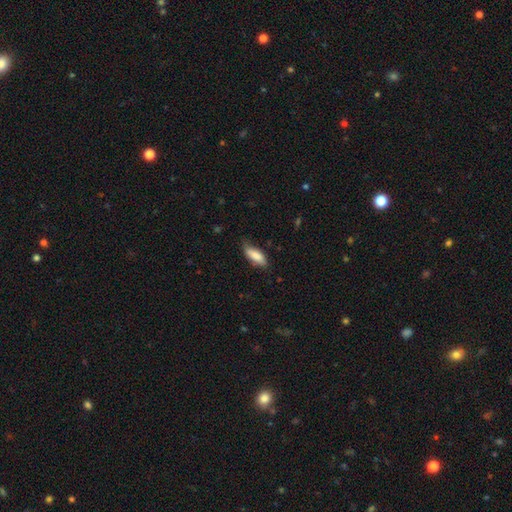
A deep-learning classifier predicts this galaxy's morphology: A smooth galaxy with no disk features (83%) that is in between round and cigar-shaped (70%).

Vote fractions:
- Smooth or featured? smooth: 83% / featured or disk: 12% / star or artifact: 6%
- How rounded? in between: 70% / cigar-shaped: 29% / round: 2%
- Merging? none: 64% / minor disturbance: 30% / major disturbance: 5% / merger: 2%